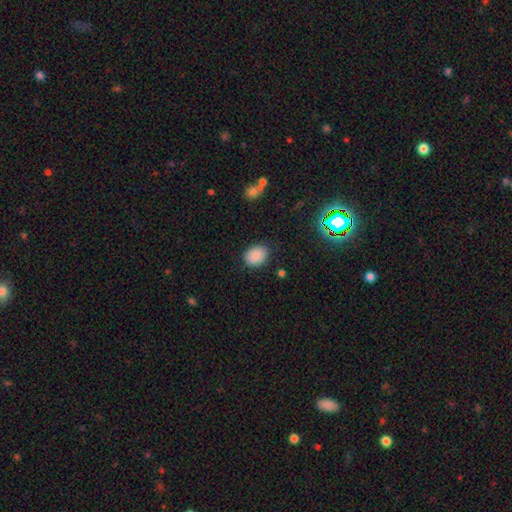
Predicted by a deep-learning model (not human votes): A smooth galaxy with no disk features (86%) that is in between round and cigar-shaped (66%). Merging: none (84%).